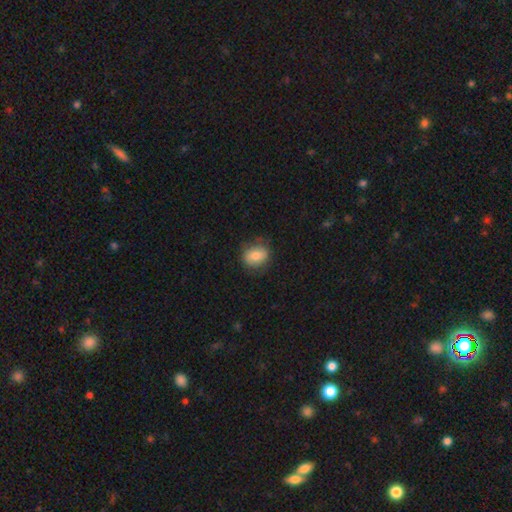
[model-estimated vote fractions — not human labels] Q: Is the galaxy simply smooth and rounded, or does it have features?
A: smooth — 76%.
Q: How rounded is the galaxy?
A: round — 53%.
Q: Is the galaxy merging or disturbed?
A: none — 75%.